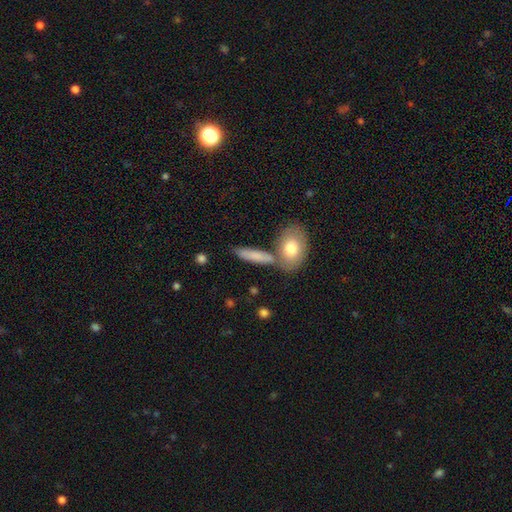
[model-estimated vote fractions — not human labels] A smooth galaxy with no disk features (76%) that is cigar-shaped (51%).

Vote fractions:
- Smooth or featured? smooth: 76% / featured or disk: 18% / star or artifact: 6%
- How rounded? cigar-shaped: 51% / in between: 44% / round: 5%
- Merging? none: 62% / merger: 21% / minor disturbance: 13% / major disturbance: 4%